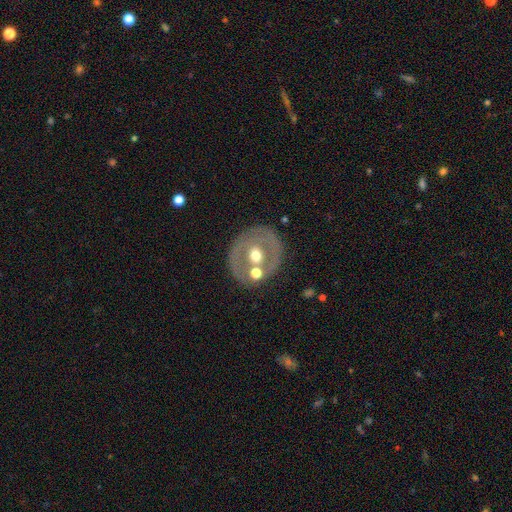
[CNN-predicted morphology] Smooth or featured? Predicted: featured or disk (p=0.54). Edge-on disk? Predicted: no (p=0.94). Bar? Predicted: no (p=0.72). Spiral arms? Predicted: no (p=0.87). Bulge size? Predicted: moderate (p=0.76). Merging? Predicted: none (p=0.69).